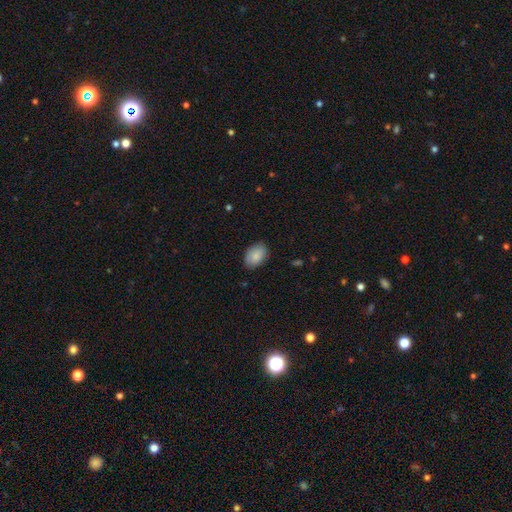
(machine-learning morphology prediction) Smooth or featured: smooth — 87% (star or artifact — 6%)
How rounded: in between — 87% (round — 12%)
Merging: none — 83% (minor disturbance — 13%)